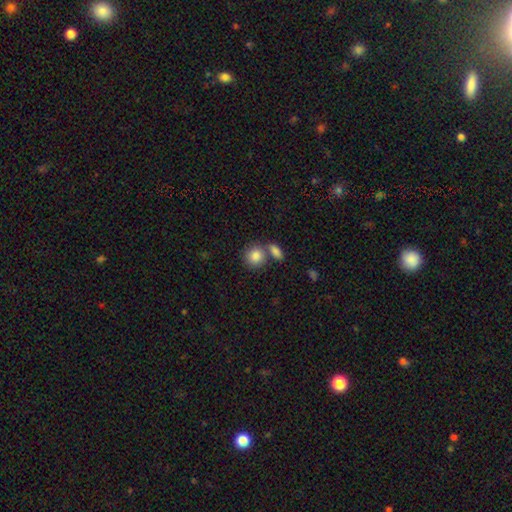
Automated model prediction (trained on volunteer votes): smooth-or-featured: smooth: 85% | star or artifact: 7% | featured or disk: 7%
  how-rounded: round: 76% | in between: 22% | cigar-shaped: 1%
  merging: none: 52% | merger: 35% | minor disturbance: 9% | major disturbance: 3%